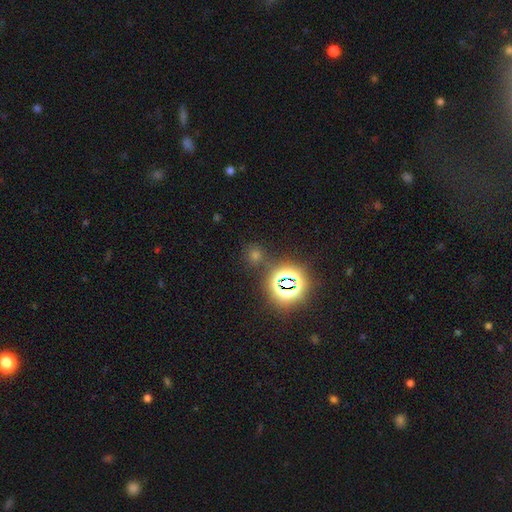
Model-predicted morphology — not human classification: A star or artifact, not a galaxy (56%).

Vote fractions:
- Smooth or featured? star or artifact: 56% / smooth: 37% / featured or disk: 7%